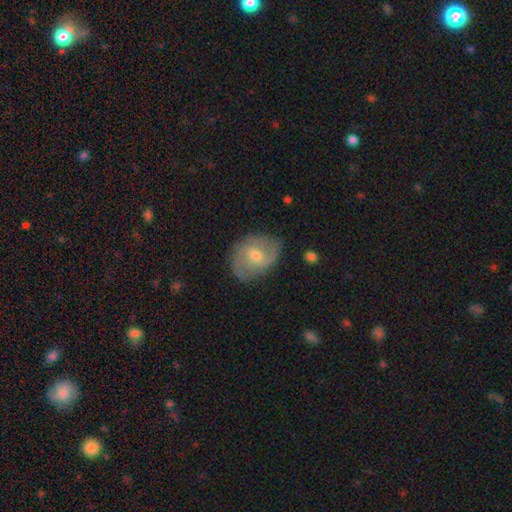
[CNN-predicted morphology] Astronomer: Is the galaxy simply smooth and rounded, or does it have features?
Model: featured or disk — 64%.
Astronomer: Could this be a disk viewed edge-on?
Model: no — 97%.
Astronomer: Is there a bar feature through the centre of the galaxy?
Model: weak — 48% (runner-up: no, 41%).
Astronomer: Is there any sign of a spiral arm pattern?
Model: yes — 84%.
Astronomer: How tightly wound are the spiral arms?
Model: medium — 45% (runner-up: loose, 28%).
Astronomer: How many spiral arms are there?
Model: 2 — 68%.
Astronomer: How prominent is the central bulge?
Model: small — 49% (runner-up: moderate, 48%).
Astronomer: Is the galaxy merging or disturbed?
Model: none — 70%.